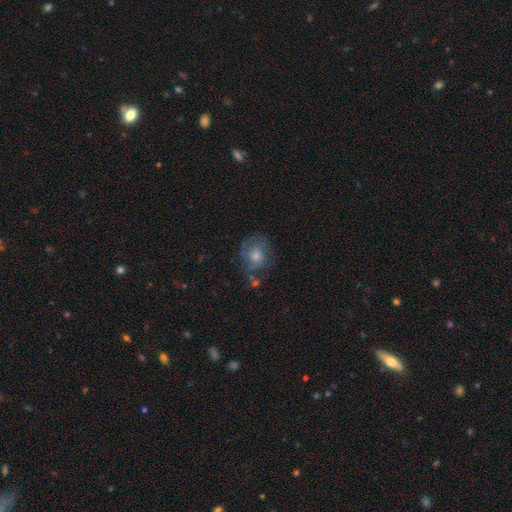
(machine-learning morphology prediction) type=smooth (53%); roundness=round (67%); merging=none (55%).